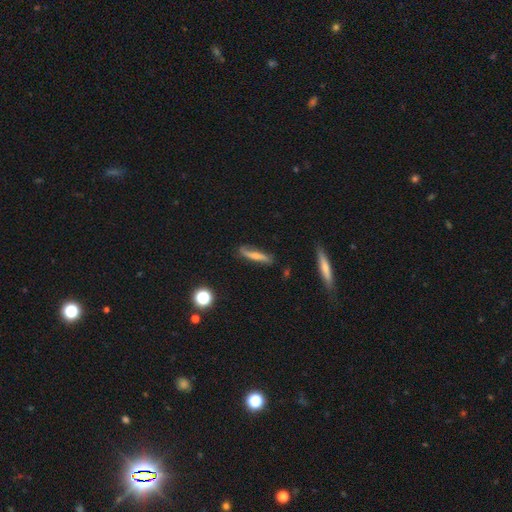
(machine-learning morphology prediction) Overall: featured or disk (49%; smooth 43%). Merging: none (72%).